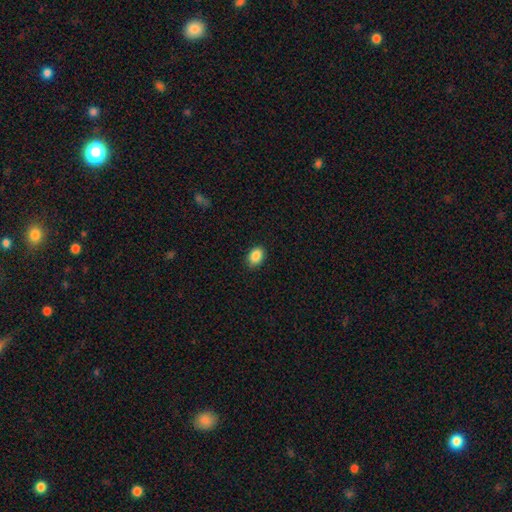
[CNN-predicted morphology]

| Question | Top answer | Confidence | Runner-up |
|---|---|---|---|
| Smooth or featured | smooth | 89% | star or artifact (8%) |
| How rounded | in between | 78% | round (21%) |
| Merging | none | 88% | minor disturbance (9%) |